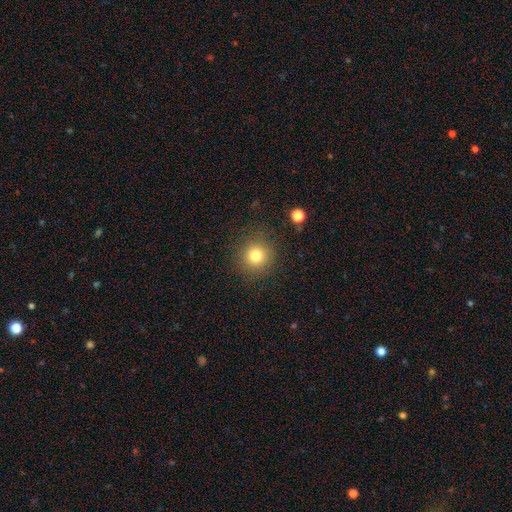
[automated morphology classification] smooth_or_featured: smooth (p=0.79) [alt: star or artifact p=0.13]
how_rounded: round (p=0.93) [alt: in between p=0.06]
merging: none (p=0.88) [alt: minor disturbance p=0.08]